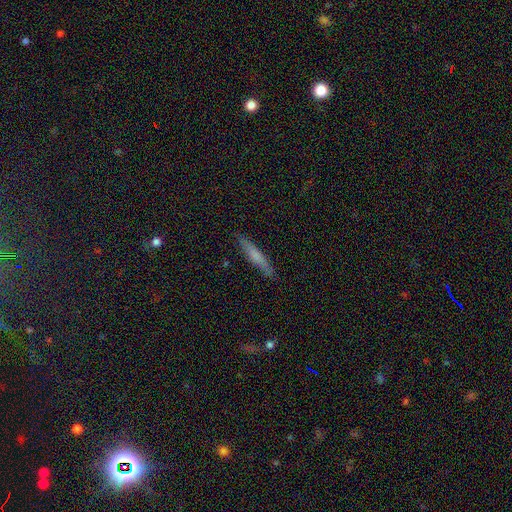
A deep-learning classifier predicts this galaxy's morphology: Smooth or featured? smooth (61%)
How rounded? cigar-shaped (93%)
Merging? none (87%)